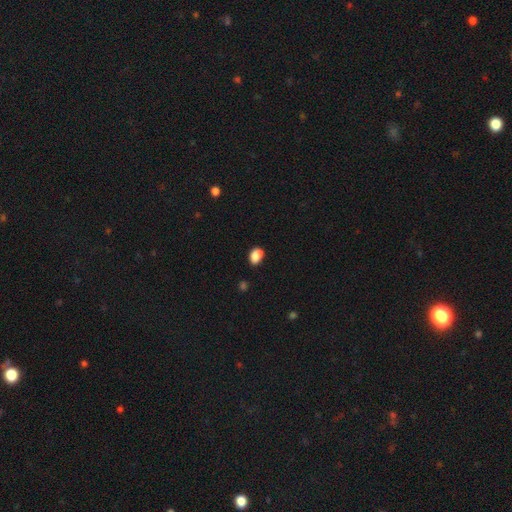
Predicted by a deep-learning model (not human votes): This is clearly a smooth galaxy (86%). How rounded: clearly in between (81%). Merging: likely none (67%).